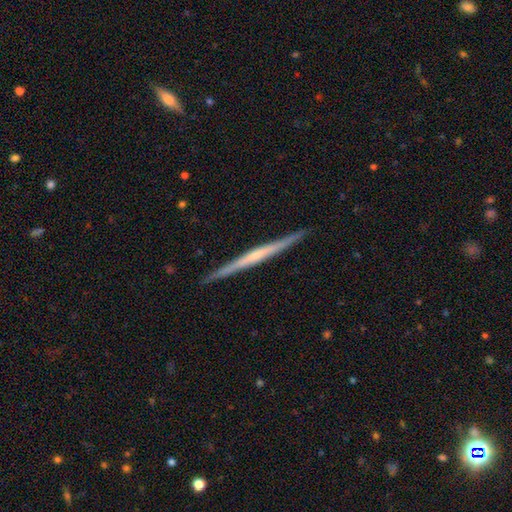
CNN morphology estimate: Smooth or featured: featured or disk — 71% (smooth — 24%)
Edge-on disk: yes — 98% (no — 2%)
Edge-on bulge: none — 62% (rounded — 28%)
Merging: none — 91% (minor disturbance — 6%)